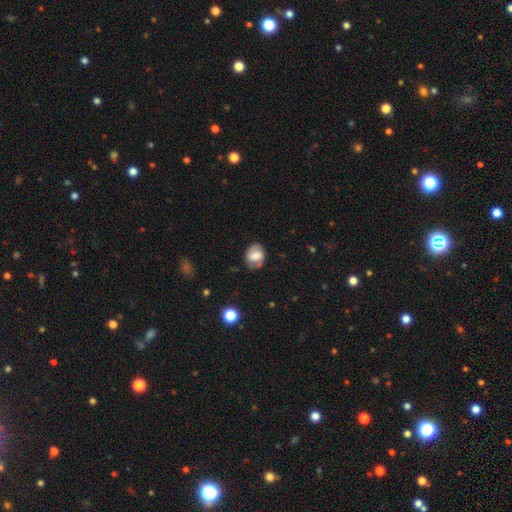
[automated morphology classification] smooth_or_featured: smooth (p=0.55) [alt: featured or disk p=0.36]
how_rounded: in between (p=0.59) [alt: round p=0.39]
merging: none (p=0.68) [alt: minor disturbance p=0.22]